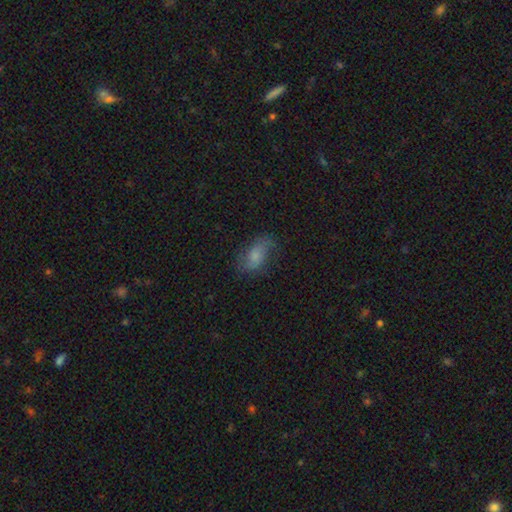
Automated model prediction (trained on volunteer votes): A smooth galaxy with no disk features (56%) that is in between round and cigar-shaped (88%).

Vote fractions:
- Smooth or featured? smooth: 56% / featured or disk: 34% / star or artifact: 10%
- How rounded? in between: 88% / round: 7% / cigar-shaped: 4%
- Merging? none: 65% / minor disturbance: 22% / major disturbance: 11% / merger: 1%